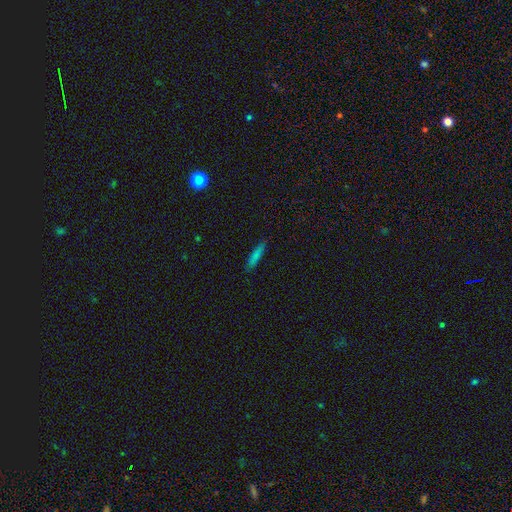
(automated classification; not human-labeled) smooth 73%, featured or disk 17%, star or artifact 10%. Down the decision tree: how rounded — cigar-shaped (91%); merging — none (88%).